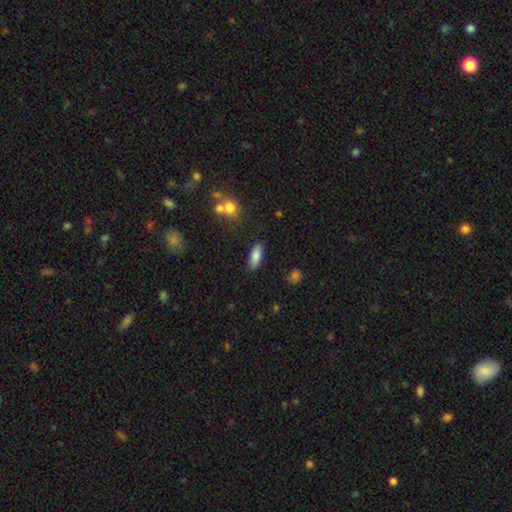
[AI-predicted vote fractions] The model was most divided on "how rounded": in between: 67%, cigar-shaped: 31%, round: 2%. More confident: merging — none (83%); smooth or featured — smooth (81%).